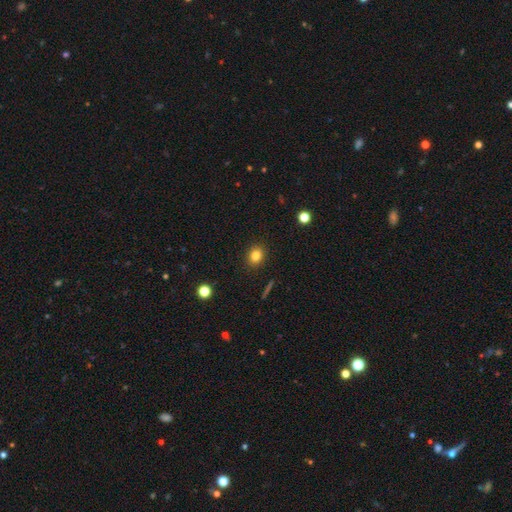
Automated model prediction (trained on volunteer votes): This is clearly a smooth galaxy (81%). How rounded: likely round (63%). Merging: clearly none (90%).